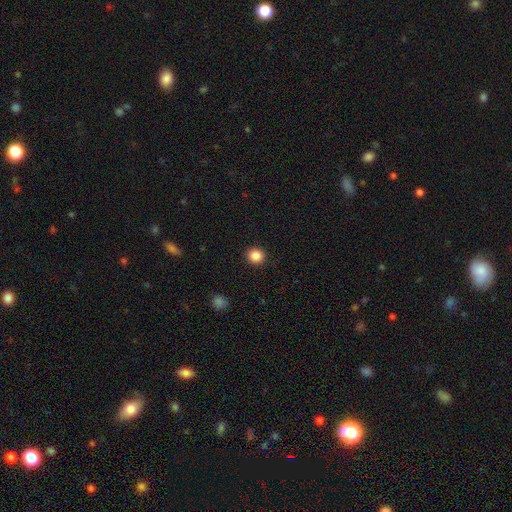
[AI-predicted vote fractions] Smooth or featured? smooth (87%)
How rounded? round (90%)
Merging? none (92%)